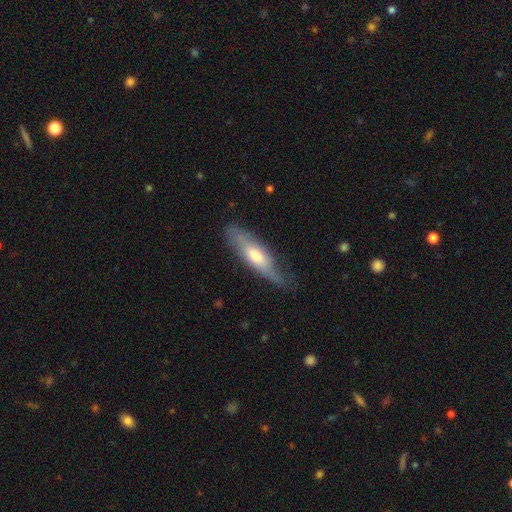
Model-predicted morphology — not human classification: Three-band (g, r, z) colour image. It shows a featured or disk galaxy (49%). Merging: none (65%).